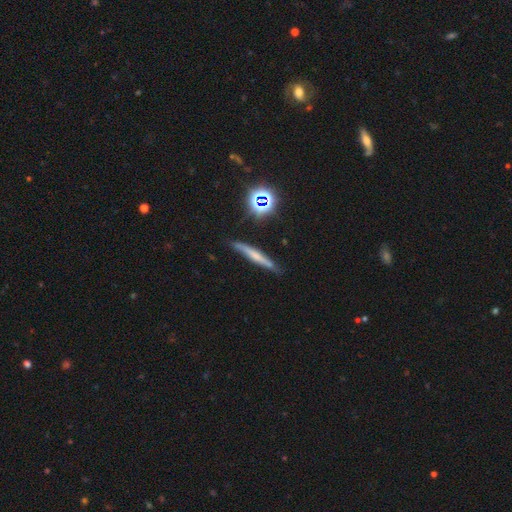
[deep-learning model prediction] This is marginally a featured or disk galaxy (43%, tied with smooth). Merging: clearly none (81%).